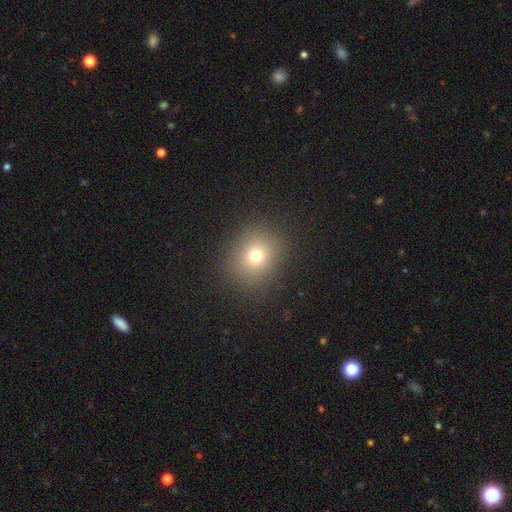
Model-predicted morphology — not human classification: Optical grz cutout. It shows a smooth galaxy with no disk features (71%) that is round (77%). Merging: none (87%).